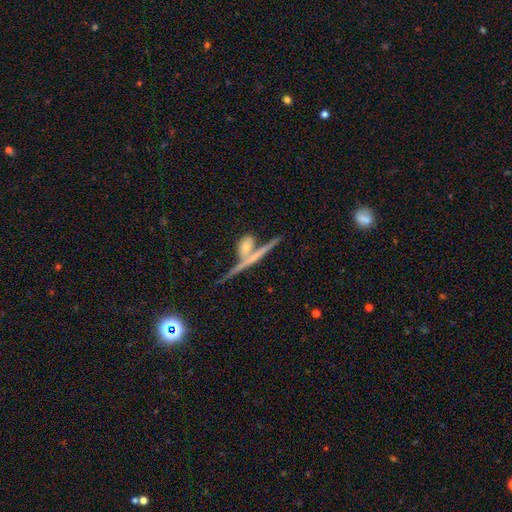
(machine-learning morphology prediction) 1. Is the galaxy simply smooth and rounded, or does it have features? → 62% featured or disk, 26% smooth, 12% star or artifact.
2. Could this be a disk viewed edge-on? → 87% yes, 13% no.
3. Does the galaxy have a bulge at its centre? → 59% none, 29% rounded, 12% boxy.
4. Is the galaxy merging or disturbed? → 52% none, 32% merger, 10% minor disturbance, 6% major disturbance.